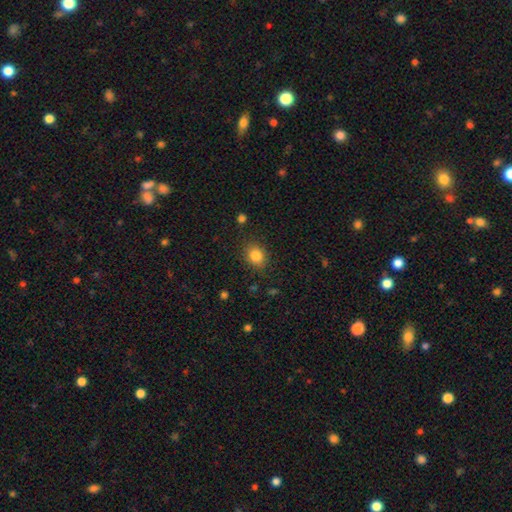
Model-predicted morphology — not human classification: Smooth or featured: smooth — 84% (star or artifact — 10%)
How rounded: round — 56% (in between — 43%)
Merging: none — 83% (minor disturbance — 12%)